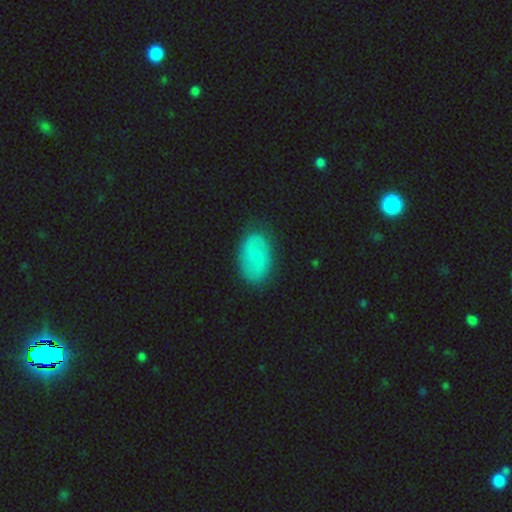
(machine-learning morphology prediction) The model was most divided on "smooth or featured": smooth: 47%, featured or disk: 45%, star or artifact: 7%. More confident: merging — none (81%).